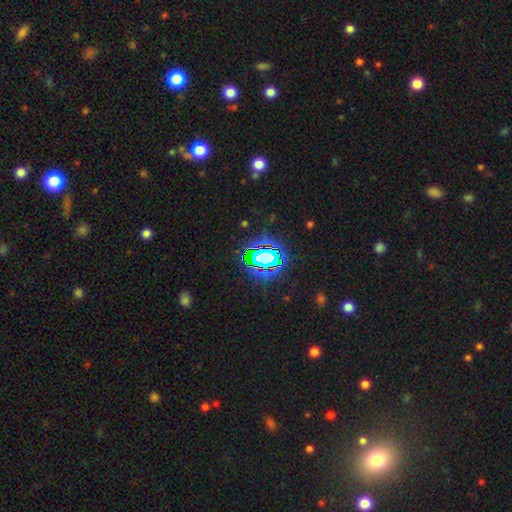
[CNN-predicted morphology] Overall: star or artifact (78%).